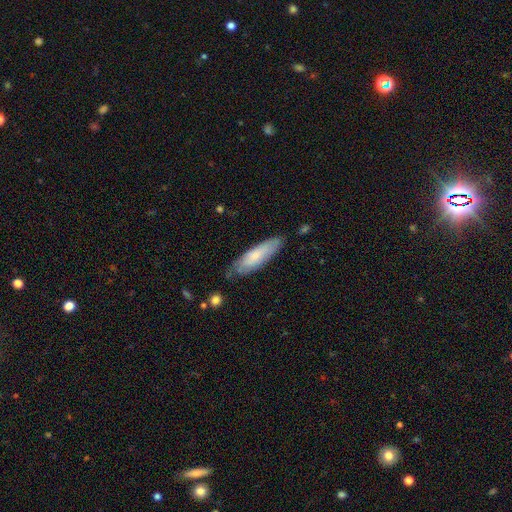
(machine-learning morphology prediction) The model was most divided on "how rounded": cigar-shaped: 55%, in between: 43%, round: 2%. More confident: merging — none (72%); smooth or featured — smooth (63%).